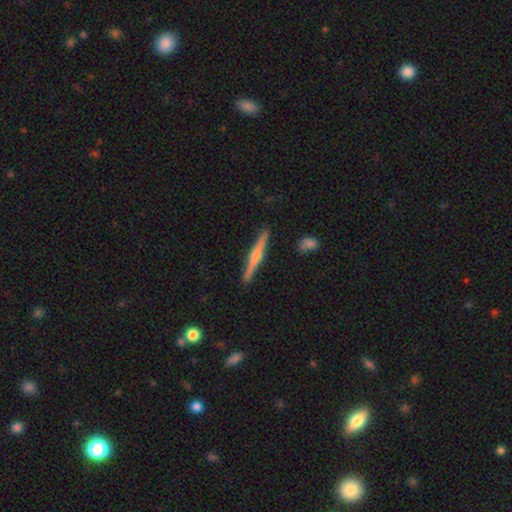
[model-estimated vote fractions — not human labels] Smooth or featured: featured or disk — 71% (smooth — 24%)
Edge-on disk: yes — 98% (no — 2%)
Edge-on bulge: rounded — 82% (boxy — 9%)
Merging: none — 91% (minor disturbance — 6%)